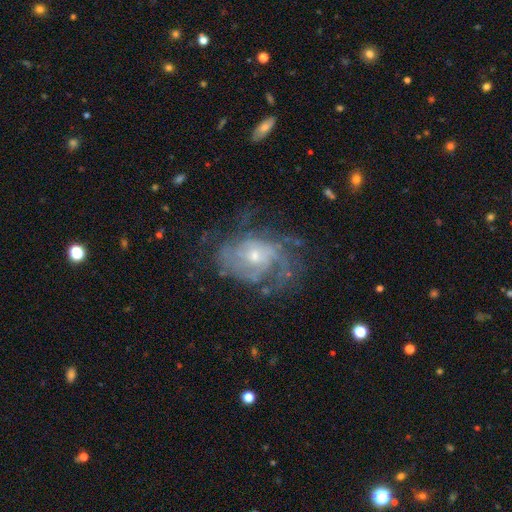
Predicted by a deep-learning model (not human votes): Smooth or featured? Predicted: featured or disk (p=0.81). Edge-on disk? Predicted: no (p=0.97). Bar? Predicted: no (p=0.73). Spiral arms? Predicted: yes (p=0.86). Spiral winding? Predicted: tight (p=0.49). Spiral arm count? Predicted: can't tell (p=0.44). Bulge size? Predicted: small (p=0.56). Merging? Predicted: none (p=0.54).